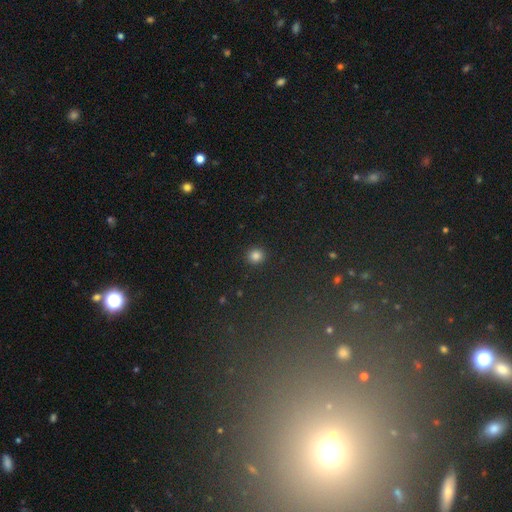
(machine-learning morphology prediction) This appears to be a smooth galaxy with no disk features (83%) that is round (91%). Merging: none (92%).